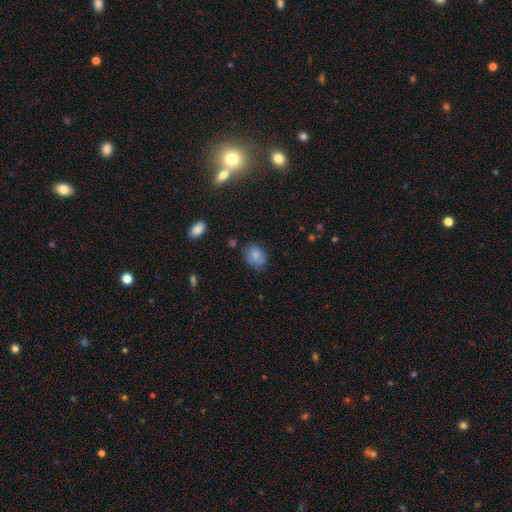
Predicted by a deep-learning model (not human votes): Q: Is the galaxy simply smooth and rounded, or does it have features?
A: smooth — 80%.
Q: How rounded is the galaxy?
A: in between — 57%.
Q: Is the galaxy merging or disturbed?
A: none — 71%.